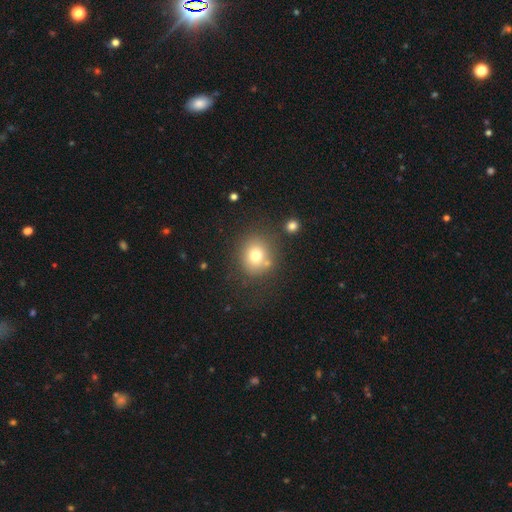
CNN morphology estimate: Smooth or featured?
  - smooth: 74% *
  - star or artifact: 13%
  - featured or disk: 13%
How rounded?
  - round: 79% *
  - in between: 20%
  - cigar-shaped: 1%
Merging?
  - none: 73% *
  - minor disturbance: 12%
  - merger: 10%
  - major disturbance: 5%